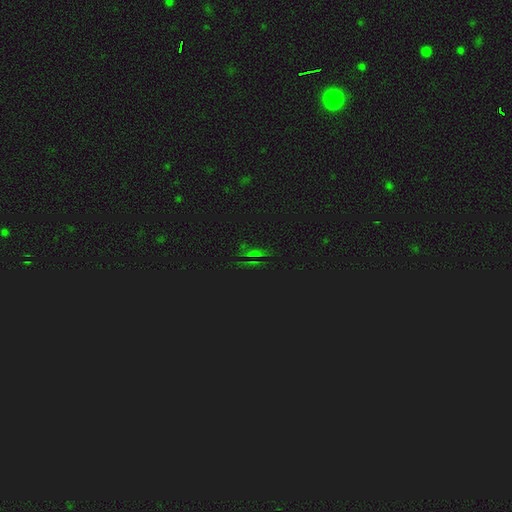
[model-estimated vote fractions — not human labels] Q: Smooth or featured?
A: star or artifact (65%); runner-up: smooth (23%)